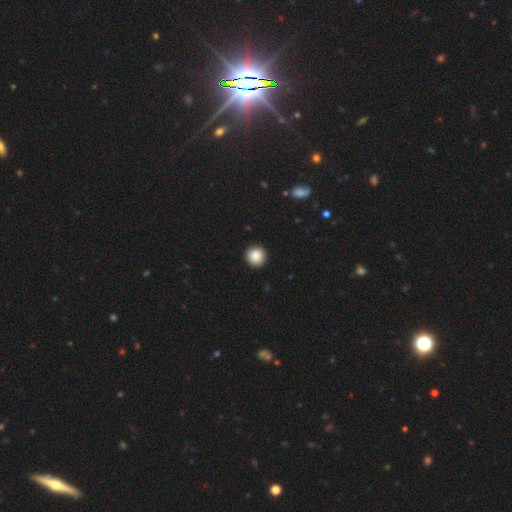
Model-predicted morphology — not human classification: This is clearly a smooth galaxy (88%). How rounded: clearly round (95%). Merging: clearly none (92%).